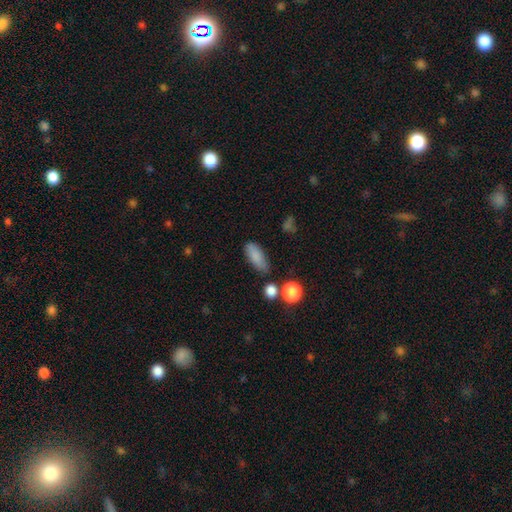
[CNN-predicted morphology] A smooth galaxy with no disk features (84%) that is in between round and cigar-shaped (74%). Merging: none (73%).